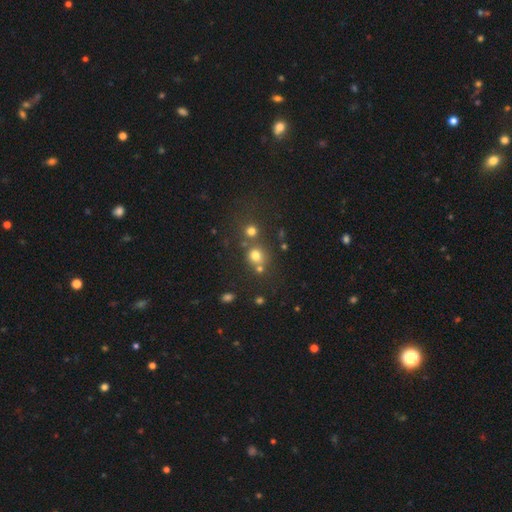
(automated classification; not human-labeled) Smooth or featured: smooth — 72% (star or artifact — 18%)
How rounded: round — 83% (in between — 16%)
Merging: none — 60% (merger — 26%)